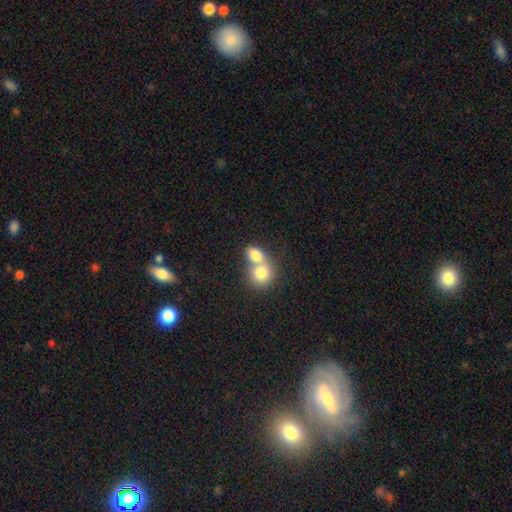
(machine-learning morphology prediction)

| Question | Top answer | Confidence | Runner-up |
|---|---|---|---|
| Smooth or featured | smooth | 78% | featured or disk (14%) |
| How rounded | round | 50% | in between (48%) |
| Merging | merger | 70% | none (22%) |